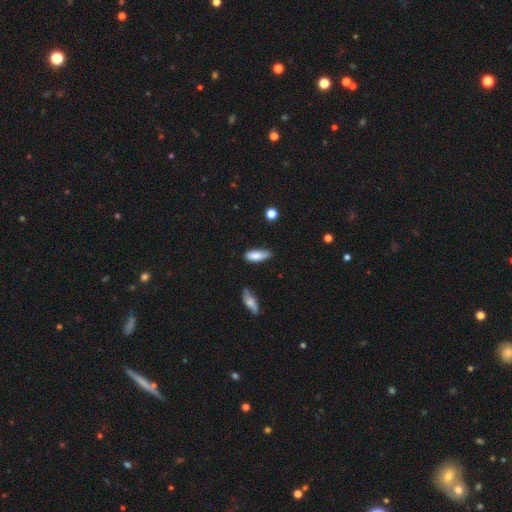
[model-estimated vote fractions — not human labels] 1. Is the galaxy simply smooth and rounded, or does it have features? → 82% smooth, 11% featured or disk, 7% star or artifact.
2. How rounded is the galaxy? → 74% in between, 24% cigar-shaped, 2% round.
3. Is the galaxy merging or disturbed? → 57% none, 33% minor disturbance, 6% major disturbance, 3% merger.